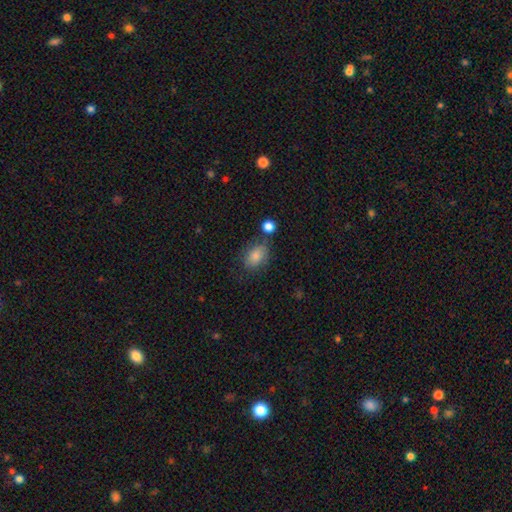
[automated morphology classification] smooth 80%, star or artifact 10%, featured or disk 10%. Down the decision tree: how rounded — in between (75%); merging — none (69%).